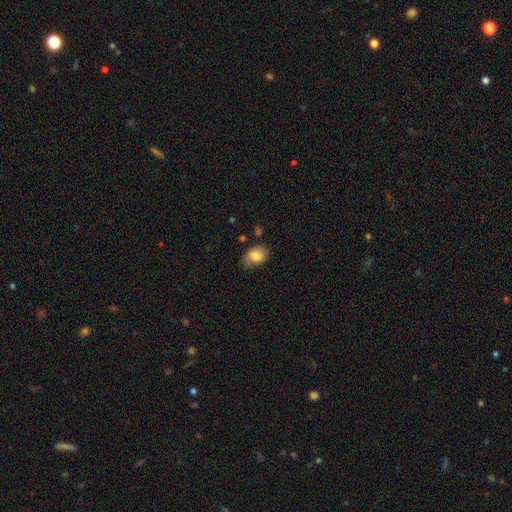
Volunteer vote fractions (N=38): Smooth or featured? smooth (87%)
How rounded? in between (70%)
Merging? none (59%)